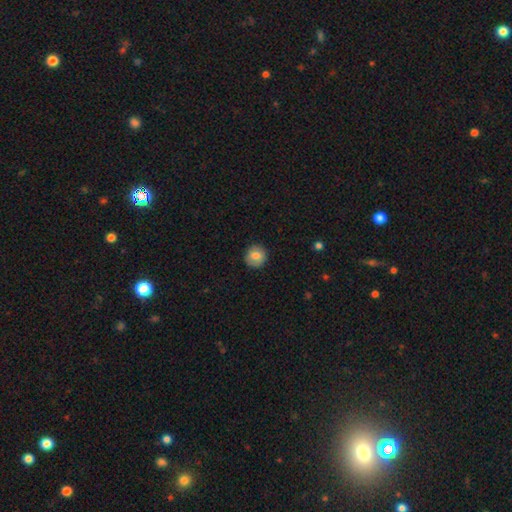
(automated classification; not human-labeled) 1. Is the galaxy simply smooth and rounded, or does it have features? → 74% smooth, 18% featured or disk, 8% star or artifact.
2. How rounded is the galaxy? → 88% round, 11% in between, 1% cigar-shaped.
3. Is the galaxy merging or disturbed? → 87% none, 9% minor disturbance, 2% major disturbance, 1% merger.